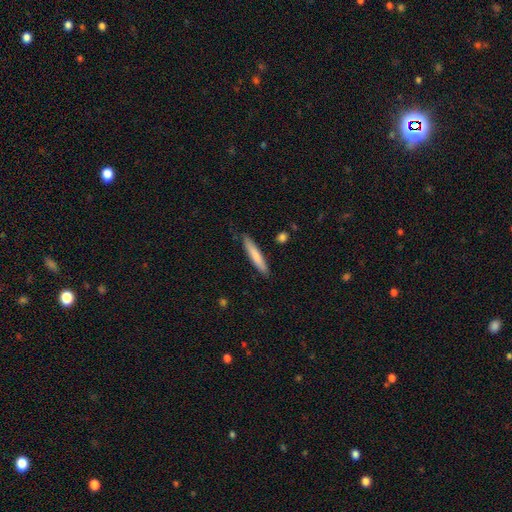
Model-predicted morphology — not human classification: smooth_or_featured: smooth (p=0.76) [alt: featured or disk p=0.19]
how_rounded: cigar-shaped (p=0.91) [alt: in between p=0.08]
merging: none (p=0.86) [alt: minor disturbance p=0.11]